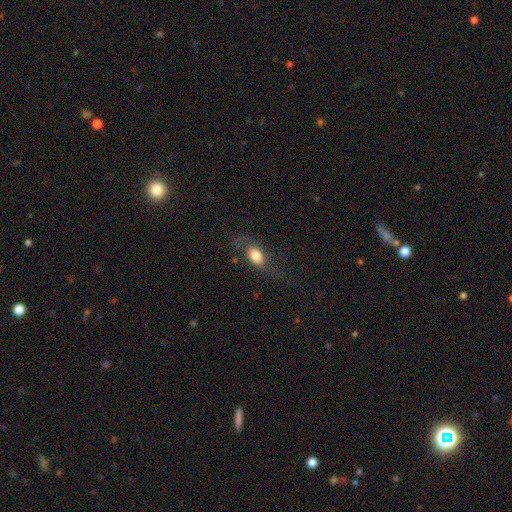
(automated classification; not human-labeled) A smooth galaxy with no disk features (63%) that is in between round and cigar-shaped (78%).

Vote fractions:
- Smooth or featured? smooth: 63% / featured or disk: 29% / star or artifact: 8%
- How rounded? in between: 78% / round: 15% / cigar-shaped: 7%
- Merging? none: 49% / major disturbance: 27% / minor disturbance: 22% / merger: 3%